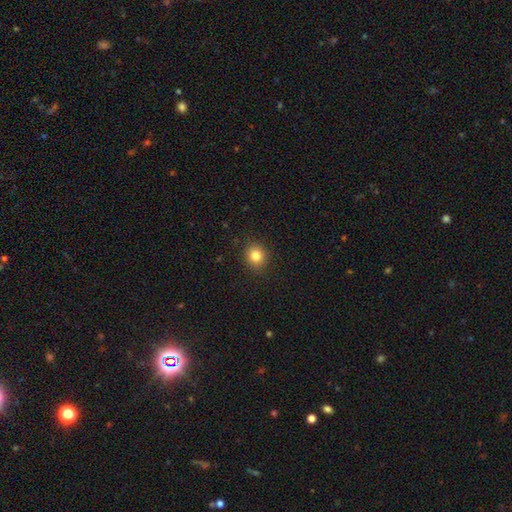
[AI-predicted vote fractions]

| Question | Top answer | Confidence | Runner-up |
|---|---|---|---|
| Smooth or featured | smooth | 83% | star or artifact (11%) |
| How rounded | round | 82% | in between (17%) |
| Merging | none | 90% | minor disturbance (7%) |